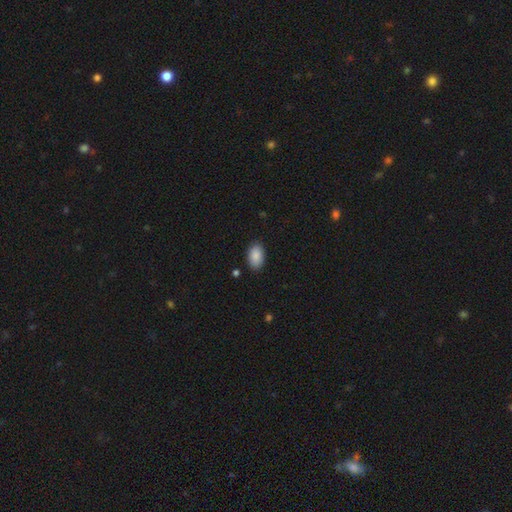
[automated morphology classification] Smooth or featured? smooth (90%)
How rounded? in between (91%)
Merging? none (87%)